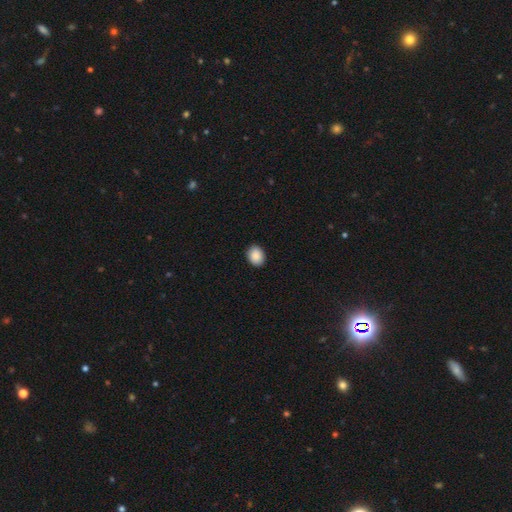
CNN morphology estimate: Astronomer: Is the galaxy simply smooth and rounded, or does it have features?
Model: smooth — 90%.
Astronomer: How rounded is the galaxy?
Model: in between — 56% (runner-up: round, 43%).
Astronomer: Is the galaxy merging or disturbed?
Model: none — 91%.